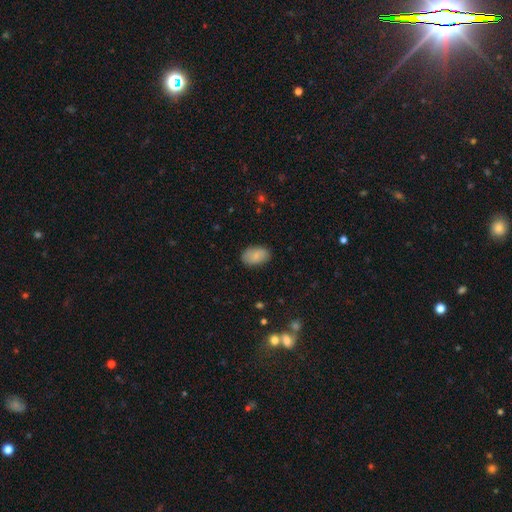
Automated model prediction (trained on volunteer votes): Q: Smooth or featured?
A: smooth (86%); runner-up: featured or disk (7%)
Q: How rounded?
A: in between (92%); runner-up: round (6%)
Q: Merging?
A: none (86%); runner-up: minor disturbance (11%)